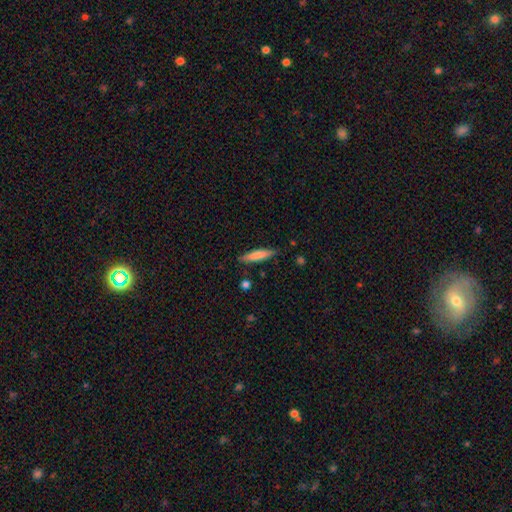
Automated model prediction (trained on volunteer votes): Overall: smooth (74%). How rounded: cigar-shaped (87%). Merging: none (86%).